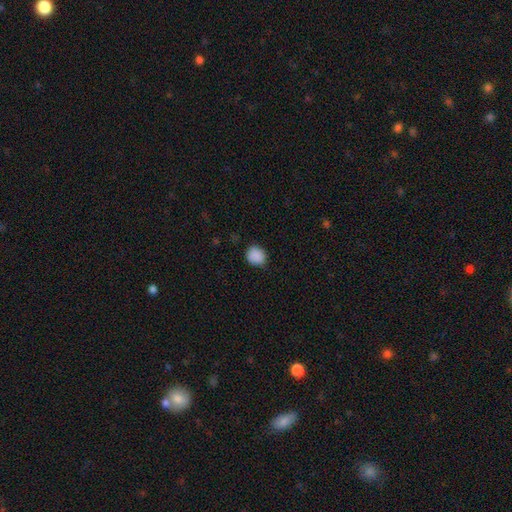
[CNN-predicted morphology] Smooth or featured?
  - smooth: 88% *
  - star or artifact: 9%
  - featured or disk: 3%
How rounded?
  - round: 77% *
  - in between: 22%
  - cigar-shaped: 1%
Merging?
  - none: 82% *
  - minor disturbance: 14%
  - major disturbance: 3%
  - merger: 1%